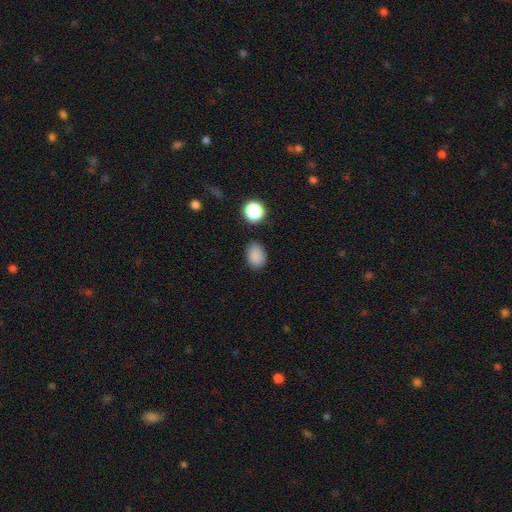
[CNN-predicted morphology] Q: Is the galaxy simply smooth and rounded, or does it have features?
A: smooth — 85%.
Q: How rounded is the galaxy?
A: in between — 74%.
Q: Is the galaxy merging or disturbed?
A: none — 81%.